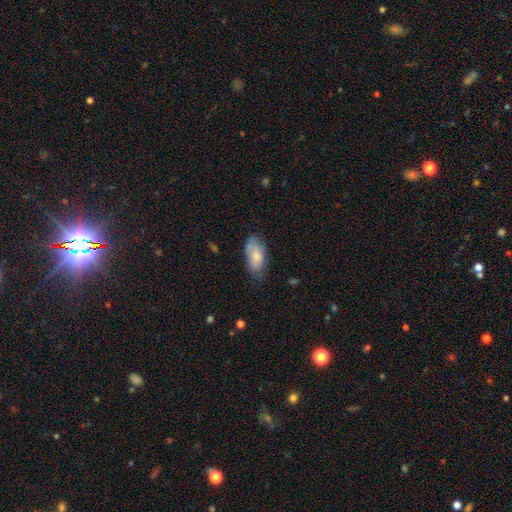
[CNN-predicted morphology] smooth_or_featured: smooth (p=0.70) [alt: featured or disk p=0.23]
how_rounded: in between (p=0.92) [alt: cigar-shaped p=0.05]
merging: none (p=0.58) [alt: minor disturbance p=0.30]